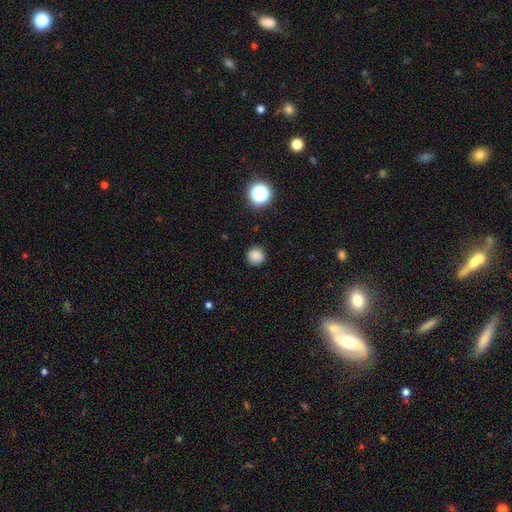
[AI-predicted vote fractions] The model was most divided on "smooth or featured": smooth: 83%, star or artifact: 13%, featured or disk: 4%. More confident: how rounded — round (95%); merging — none (90%).